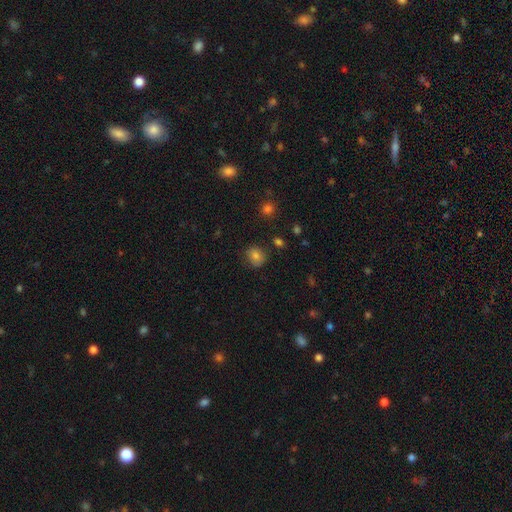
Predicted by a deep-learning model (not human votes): Smooth or featured? Predicted: smooth (p=0.79). How rounded? Predicted: round (p=0.72). Merging? Predicted: none (p=0.78).